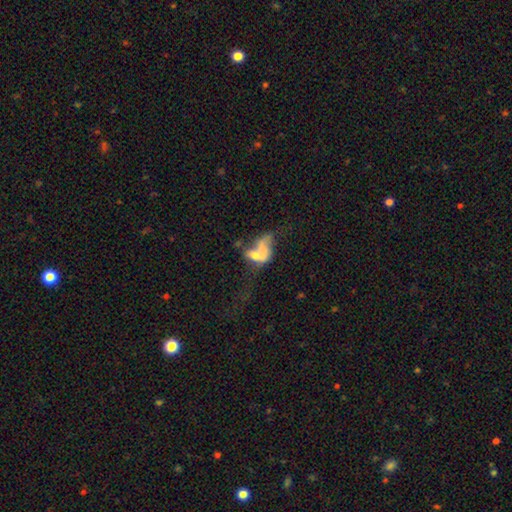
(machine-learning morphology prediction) A smooth galaxy with no disk features (44%). Merging: merger (46%).